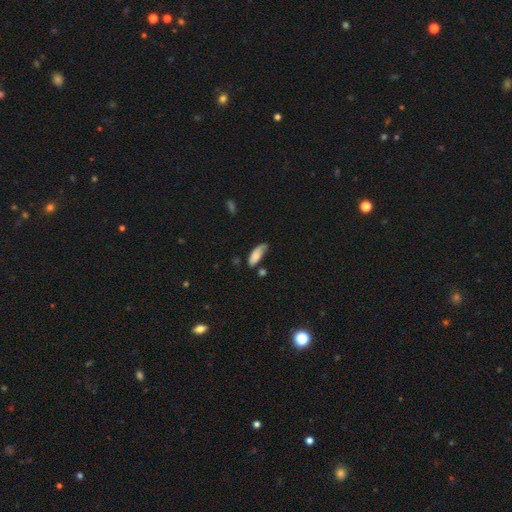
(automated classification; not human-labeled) The model was most divided on "merging": none: 41%, minor disturbance: 36%, major disturbance: 17%, merger: 7%. More confident: how rounded — in between (78%); smooth or featured — smooth (74%).